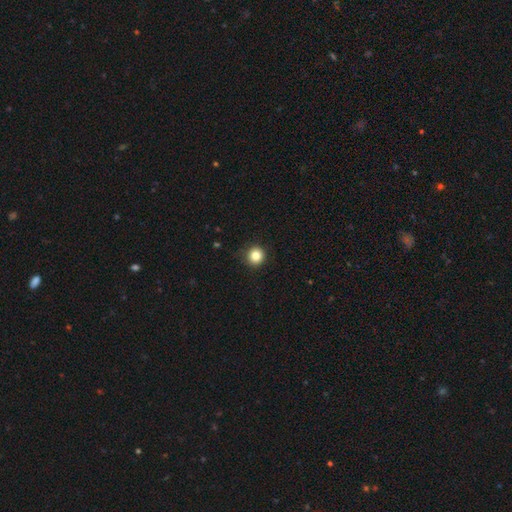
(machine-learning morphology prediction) smooth 84%, star or artifact 11%, featured or disk 5%. Down the decision tree: how rounded — round (94%); merging — none (88%).